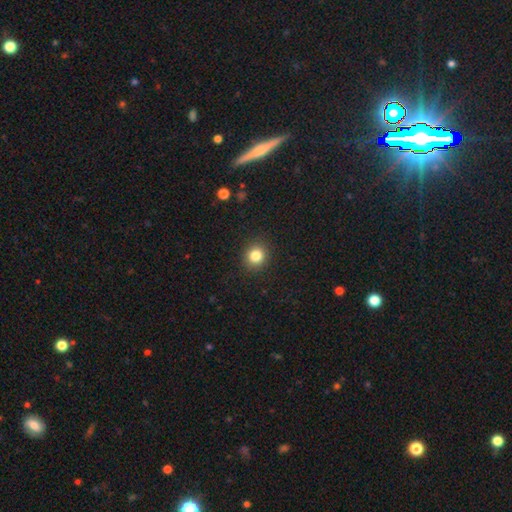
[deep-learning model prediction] Smooth or featured: smooth — 83% (star or artifact — 11%)
How rounded: round — 86% (in between — 14%)
Merging: none — 91% (minor disturbance — 6%)